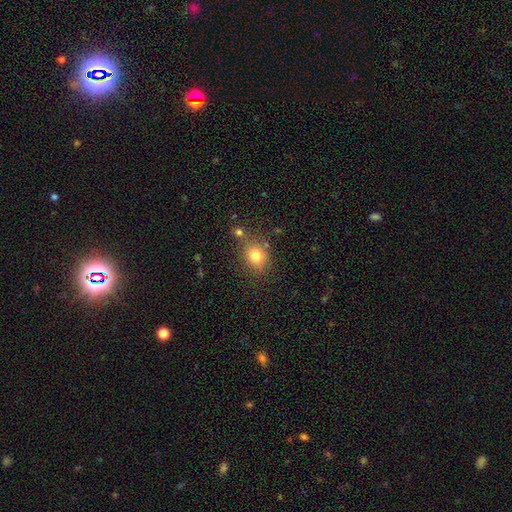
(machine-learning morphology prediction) Smooth or featured? smooth (78%)
How rounded? round (69%)
Merging? none (69%)